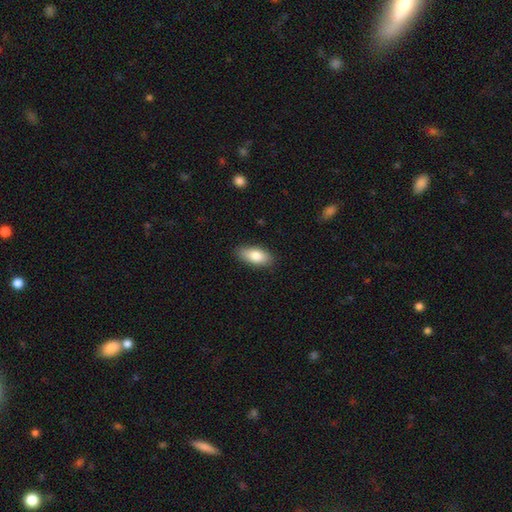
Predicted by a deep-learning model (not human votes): Smooth or featured: smooth — 82% (featured or disk — 12%)
How rounded: in between — 87% (cigar-shaped — 10%)
Merging: none — 85% (minor disturbance — 11%)